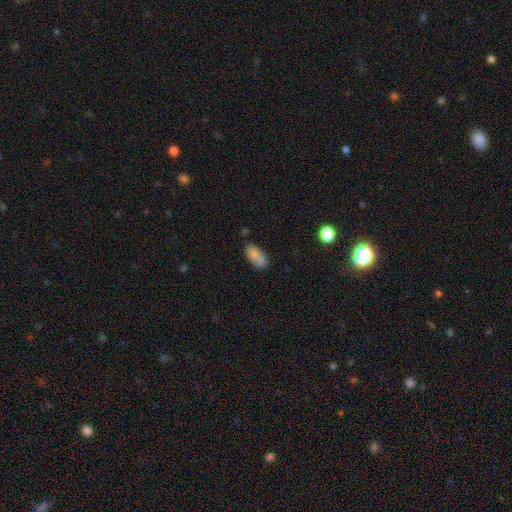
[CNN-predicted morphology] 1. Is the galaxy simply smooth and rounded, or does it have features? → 81% smooth, 11% featured or disk, 9% star or artifact.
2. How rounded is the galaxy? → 87% in between, 9% cigar-shaped, 3% round.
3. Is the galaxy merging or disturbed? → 62% none, 21% minor disturbance, 12% merger, 5% major disturbance.